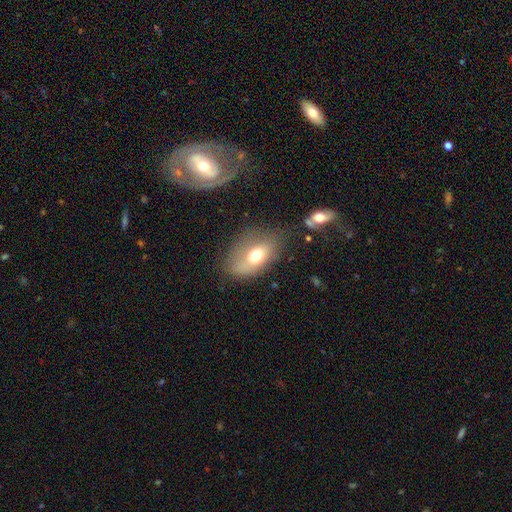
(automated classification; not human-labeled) Smooth or featured?
  - smooth: 66% *
  - featured or disk: 24%
  - star or artifact: 10%
How rounded?
  - in between: 86% *
  - round: 12%
  - cigar-shaped: 2%
Merging?
  - none: 53% *
  - minor disturbance: 28%
  - major disturbance: 16%
  - merger: 4%